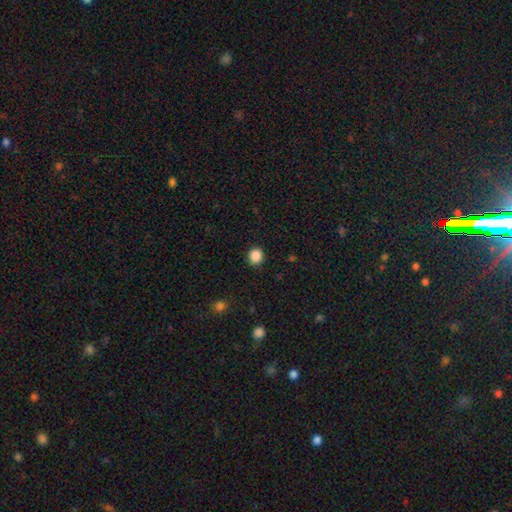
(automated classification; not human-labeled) A smooth galaxy with no disk features (88%) that is round (78%). Merging: none (89%).